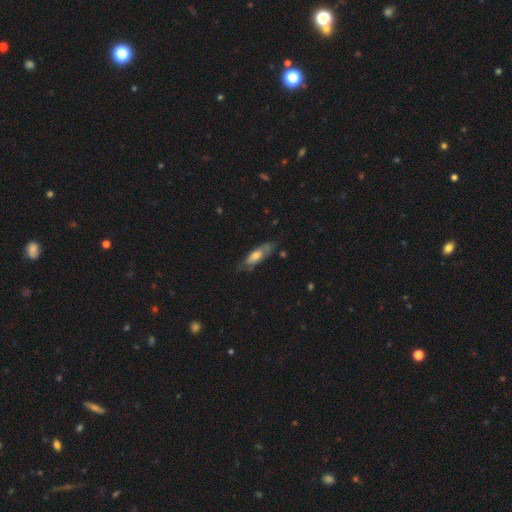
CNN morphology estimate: A smooth galaxy with no disk features (53%) that is in between round and cigar-shaped (60%). Merging: none (64%).